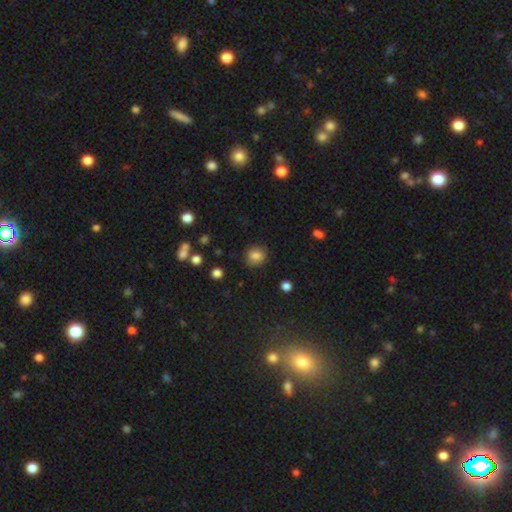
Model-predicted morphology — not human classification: Smooth or featured?
  - smooth: 84% *
  - star or artifact: 11%
  - featured or disk: 5%
How rounded?
  - round: 81% *
  - in between: 18%
  - cigar-shaped: 1%
Merging?
  - none: 86% *
  - minor disturbance: 10%
  - major disturbance: 3%
  - merger: 2%